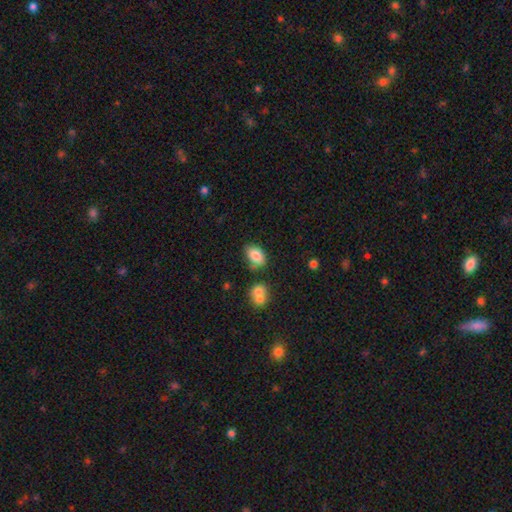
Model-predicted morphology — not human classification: A smooth galaxy with no disk features (84%) that is in between round and cigar-shaped (87%). Merging: none (62%).